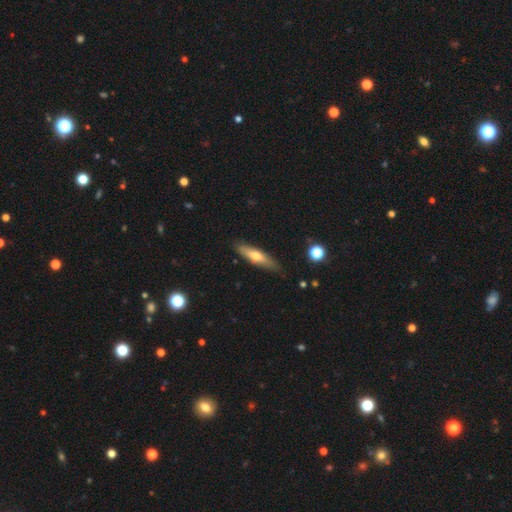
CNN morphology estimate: This is possibly a smooth galaxy (54%). How rounded: likely cigar-shaped (76%). Merging: clearly none (83%).